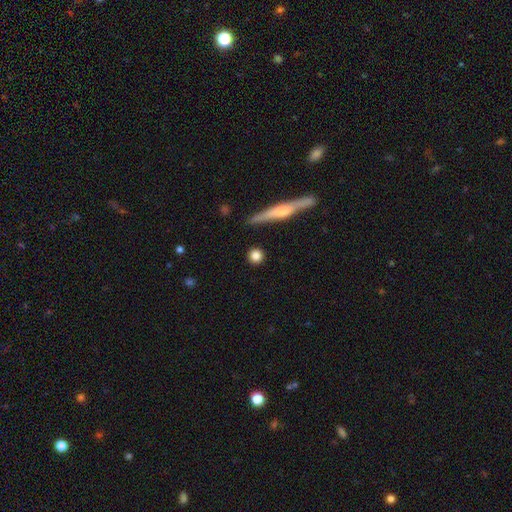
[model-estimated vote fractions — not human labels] smooth_or_featured: smooth (p=0.83) [alt: featured or disk p=0.09]
how_rounded: round (p=0.90) [alt: in between p=0.06]
merging: none (p=0.88) [alt: minor disturbance p=0.07]